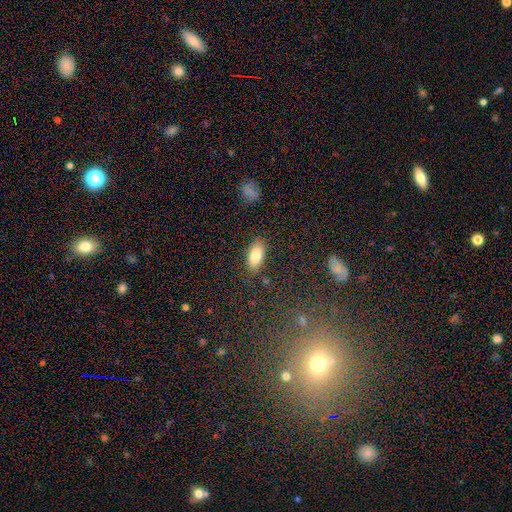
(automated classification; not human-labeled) Morphology: type=smooth (82%); roundness=in between (89%); merging=none (83%).